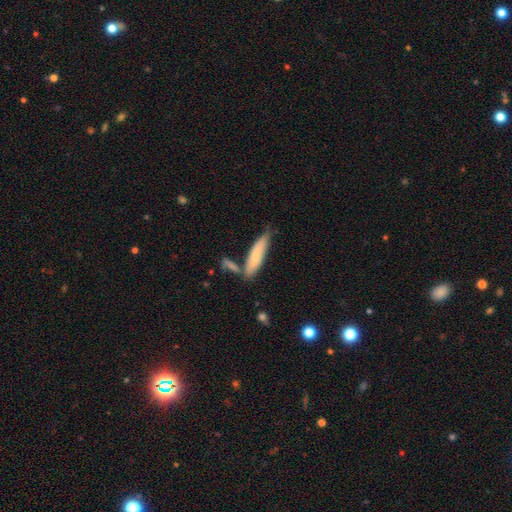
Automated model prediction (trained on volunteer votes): Smooth or featured? Predicted: smooth (p=0.74). How rounded? Predicted: cigar-shaped (p=0.74). Merging? Predicted: none (p=0.63).